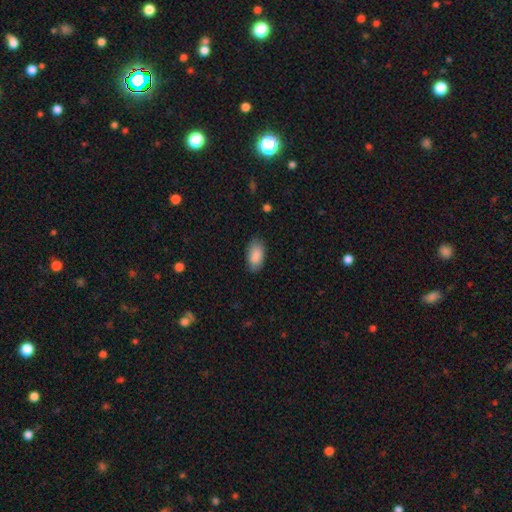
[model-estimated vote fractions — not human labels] A smooth galaxy with no disk features (87%) that is in between round and cigar-shaped (94%). Merging: none (81%).